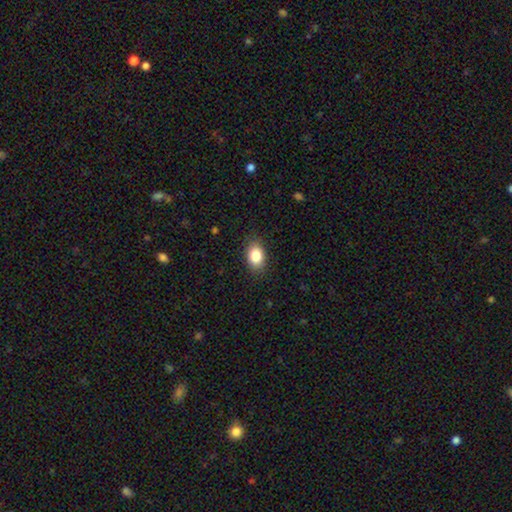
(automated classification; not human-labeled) Smooth or featured: smooth — 85% (star or artifact — 9%)
How rounded: in between — 81% (round — 18%)
Merging: none — 86% (minor disturbance — 10%)